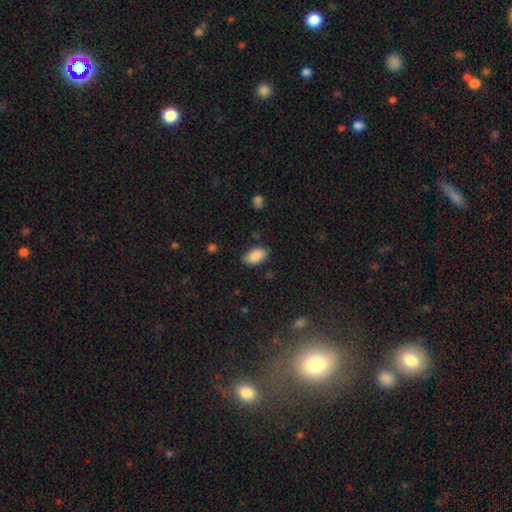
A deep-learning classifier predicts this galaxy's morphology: smooth-or-featured: smooth: 88% | star or artifact: 7% | featured or disk: 5%
  how-rounded: in between: 94% | round: 3% | cigar-shaped: 3%
  merging: none: 79% | minor disturbance: 16% | major disturbance: 3% | merger: 1%